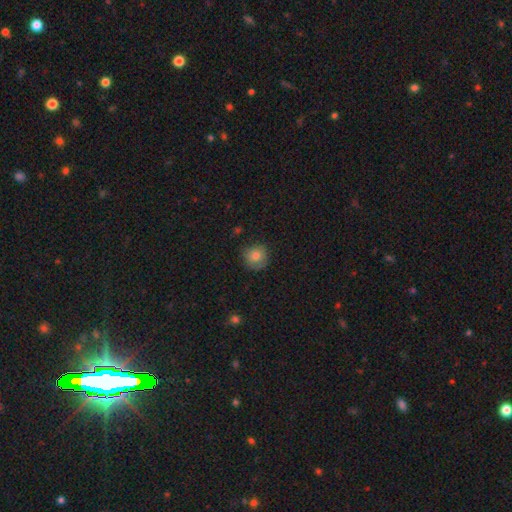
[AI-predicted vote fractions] This appears to be a smooth galaxy with no disk features (79%) that is round (91%). Merging: none (78%).